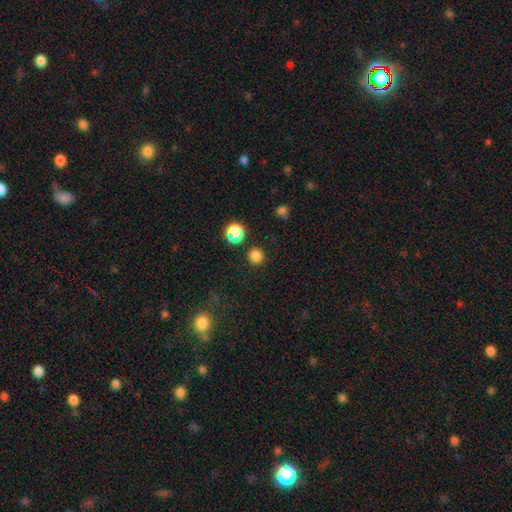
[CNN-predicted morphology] smooth-or-featured: smooth: 79% | star or artifact: 18% | featured or disk: 3%
  how-rounded: round: 93% | in between: 6% | cigar-shaped: 1%
  merging: none: 89% | minor disturbance: 6% | major disturbance: 2% | merger: 2%